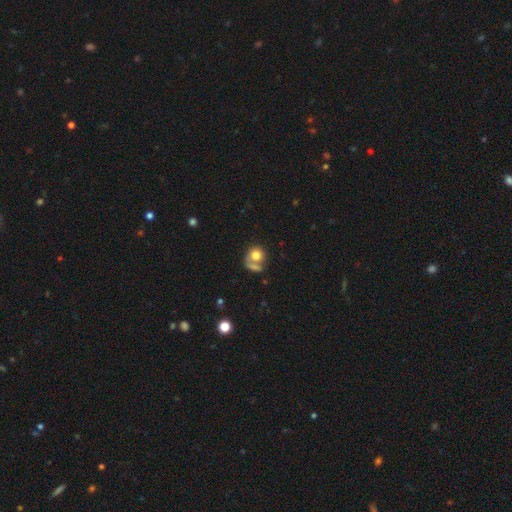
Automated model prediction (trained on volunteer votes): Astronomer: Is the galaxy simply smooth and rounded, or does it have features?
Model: smooth — 75%.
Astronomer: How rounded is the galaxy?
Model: round — 77%.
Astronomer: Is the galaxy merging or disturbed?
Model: merger — 39%, tied with none at 39%.